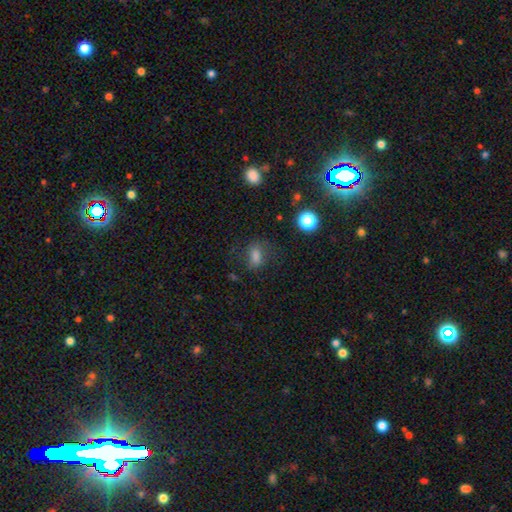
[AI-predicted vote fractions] smooth-or-featured: smooth: 68% | star or artifact: 19% | featured or disk: 12%
  how-rounded: in between: 72% | round: 24% | cigar-shaped: 4%
  merging: none: 68% | minor disturbance: 19% | major disturbance: 10% | merger: 3%